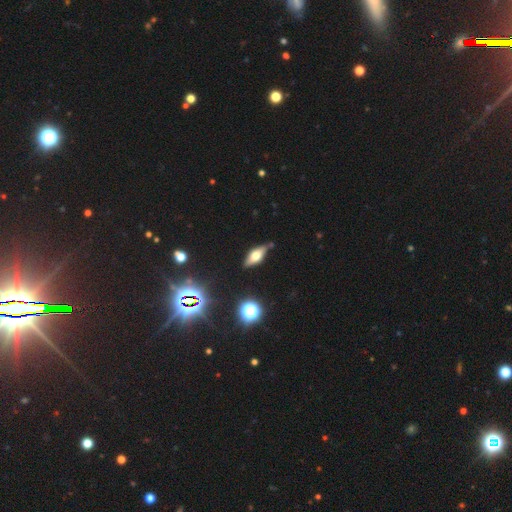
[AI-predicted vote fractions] smooth_or_featured: smooth (p=0.45) [alt: featured or disk p=0.43]
merging: none (p=0.77) [alt: minor disturbance p=0.16]